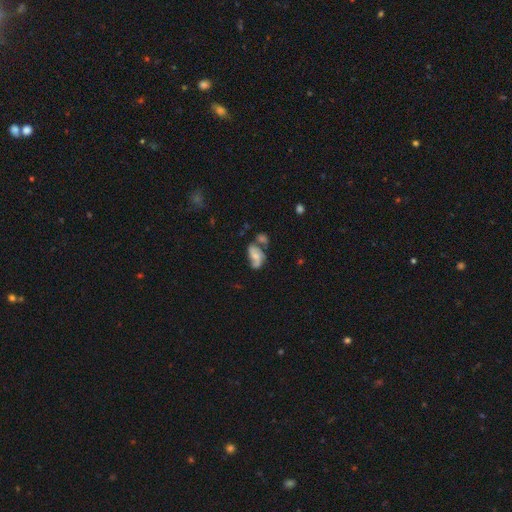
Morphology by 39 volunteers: Smooth or featured: featured or disk — 69% (smooth — 26%)
Edge-on disk: no — 100%
Bar: no — 74% (weak — 22%)
Spiral arms: yes — 67% (no — 33%)
Spiral winding: loose — 50% (medium — 44%)
Spiral arm count: 2 — 67% (1 — 11%)
Bulge size: none — 44% (small — 30%)
Merging: none — 32% (merger — 27%)